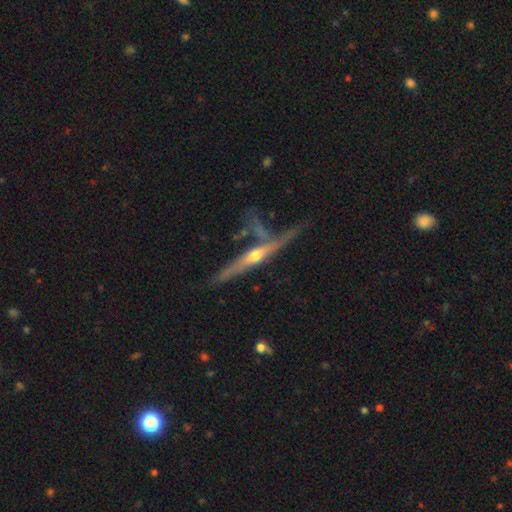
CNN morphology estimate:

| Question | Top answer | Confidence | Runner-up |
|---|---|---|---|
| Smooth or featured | featured or disk | 74% | smooth (20%) |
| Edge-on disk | yes | 88% | no (12%) |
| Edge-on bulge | rounded | 81% | none (12%) |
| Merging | none | 49% | minor disturbance (23%) |